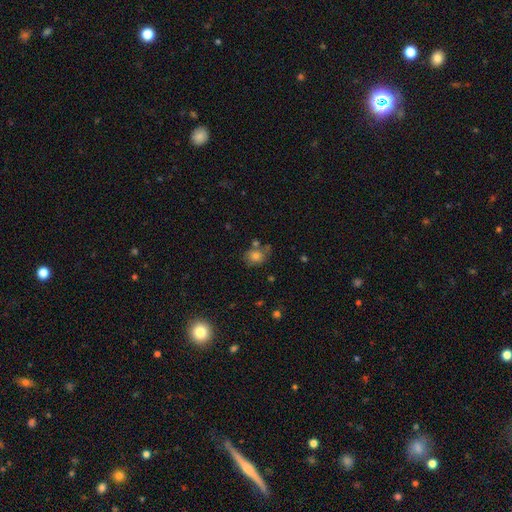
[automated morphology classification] Smooth or featured? Predicted: smooth (p=0.77). How rounded? Predicted: round (p=0.55). Merging? Predicted: none (p=0.57).